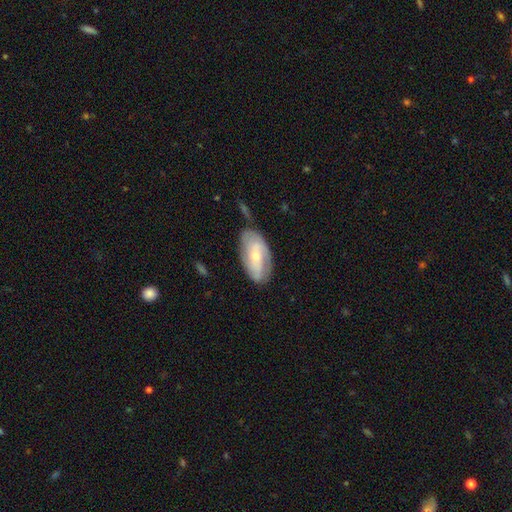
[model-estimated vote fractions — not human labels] Overall: featured or disk (63%; smooth 31%). Edge-on disk: no (92%). Bar: no (53%; weak 33%). Spiral arms: yes (80%). Bulge size: small (57%; moderate 39%). Merging: none (66%).